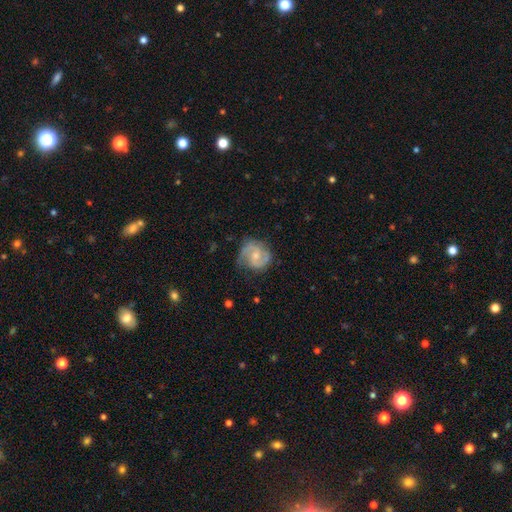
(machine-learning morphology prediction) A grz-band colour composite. It shows a featured or disk galaxy (79%) with no bar (51%), 2 (86%) medium (51%) spiral arms (95%) and a moderate central bulge (47%). Merging: none (72%).